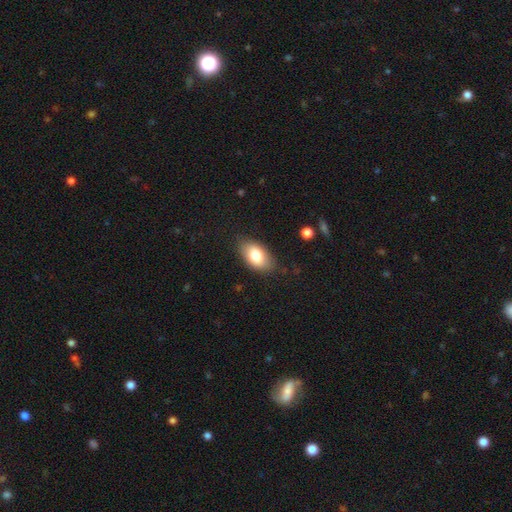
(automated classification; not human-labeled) Smooth or featured? Predicted: smooth (p=0.81). How rounded? Predicted: in between (p=0.92). Merging? Predicted: none (p=0.82).